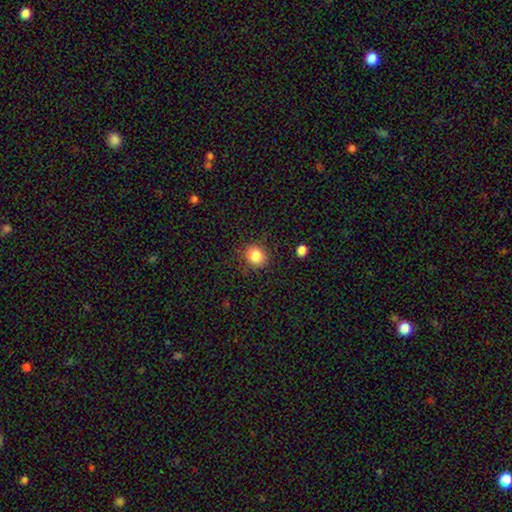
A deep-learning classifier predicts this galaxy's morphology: Smooth or featured? Predicted: smooth (p=0.85). How rounded? Predicted: round (p=0.79). Merging? Predicted: none (p=0.85).